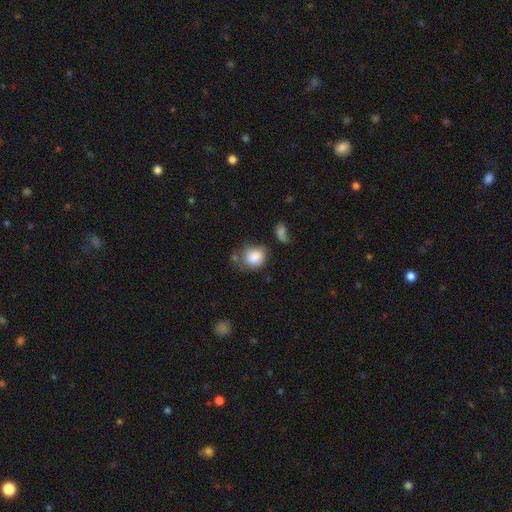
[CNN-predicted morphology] A smooth galaxy with no disk features (84%) that is round (58%).

Vote fractions:
- Smooth or featured? smooth: 84% / star or artifact: 8% / featured or disk: 8%
- How rounded? round: 58% / in between: 40% / cigar-shaped: 1%
- Merging? none: 51% / minor disturbance: 25% / merger: 13% / major disturbance: 11%